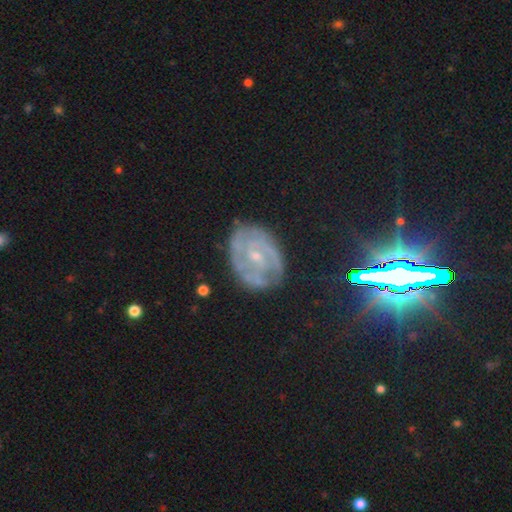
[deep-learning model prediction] featured or disk 79%, smooth 11%, star or artifact 10%. Down the decision tree: edge-on disk — no (97%); bar — no (53%); spiral arms — yes (90%); spiral arm count — 2 (35%); spiral winding — tight (60%); bulge size — small (76%); merging — none (73%).